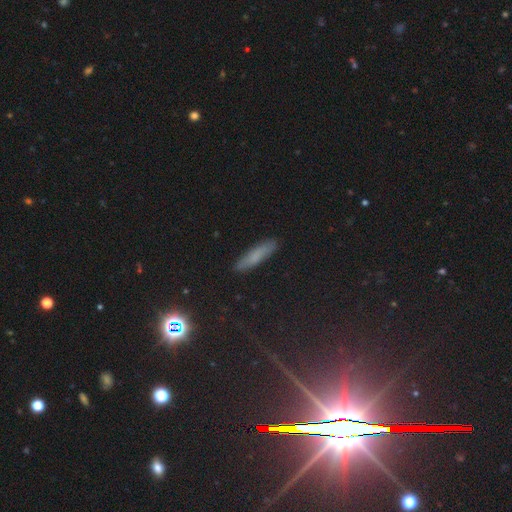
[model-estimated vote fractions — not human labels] smooth-or-featured: smooth: 70% | featured or disk: 17% | star or artifact: 13%
  how-rounded: cigar-shaped: 82% | in between: 15% | round: 2%
  merging: none: 88% | minor disturbance: 9% | major disturbance: 2% | merger: 1%